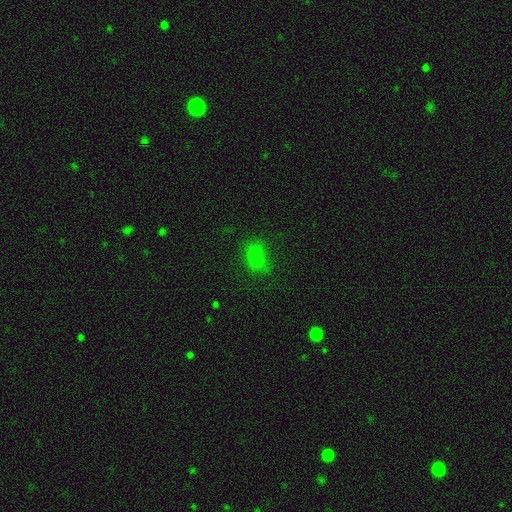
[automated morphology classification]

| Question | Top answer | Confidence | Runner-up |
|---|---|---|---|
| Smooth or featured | smooth | 68% | star or artifact (22%) |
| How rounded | in between | 83% | round (13%) |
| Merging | none | 61% | minor disturbance (22%) |